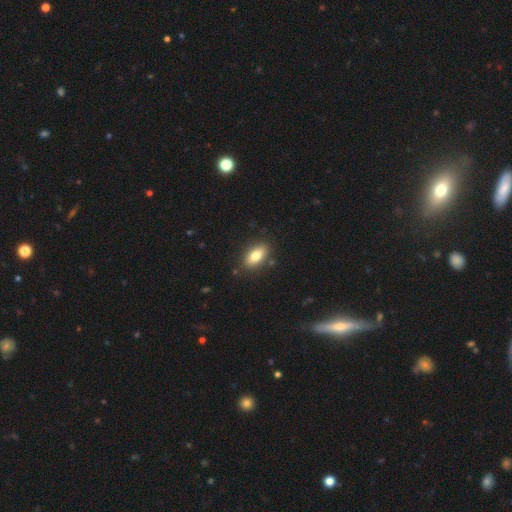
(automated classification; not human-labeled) Smooth or featured? smooth (77%)
How rounded? in between (88%)
Merging? none (85%)